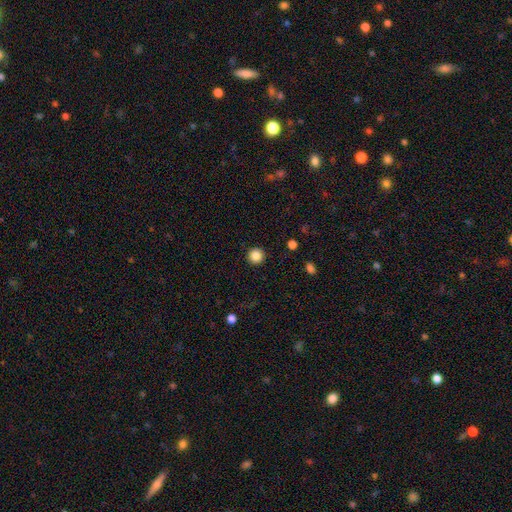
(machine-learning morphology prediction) A smooth galaxy with no disk features (86%) that is round (96%). Merging: none (93%).